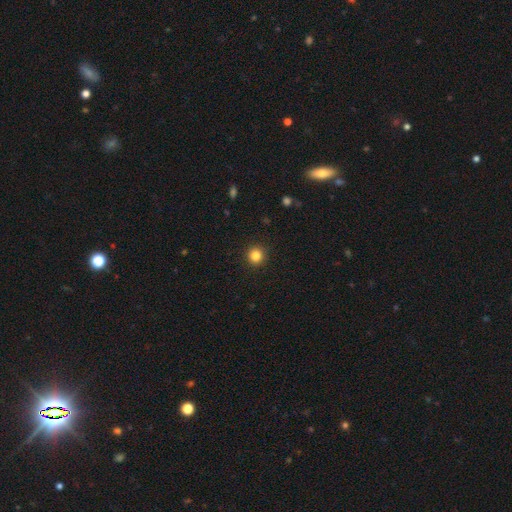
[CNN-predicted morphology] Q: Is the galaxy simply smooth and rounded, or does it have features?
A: smooth — 84%.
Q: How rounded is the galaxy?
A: round — 94%.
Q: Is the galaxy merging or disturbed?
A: none — 93%.